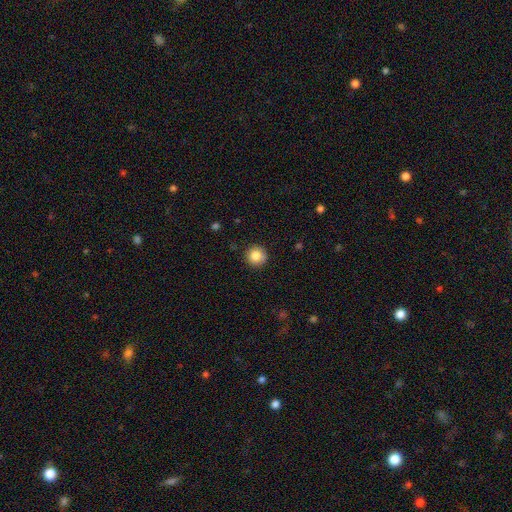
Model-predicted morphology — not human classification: A smooth galaxy with no disk features (84%) that is round (95%).

Vote fractions:
- Smooth or featured? smooth: 84% / star or artifact: 10% / featured or disk: 6%
- How rounded? round: 95% / in between: 4% / cigar-shaped: 1%
- Merging? none: 90% / minor disturbance: 7% / major disturbance: 2% / merger: 1%